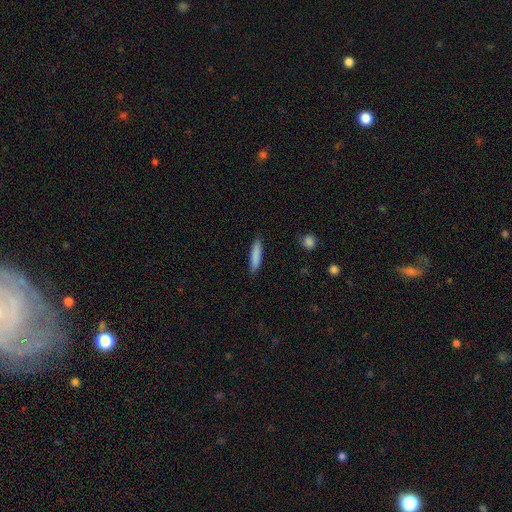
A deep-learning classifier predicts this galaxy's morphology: The model was most divided on "how rounded": cigar-shaped: 85%, in between: 14%, round: 1%. More confident: merging — none (87%); smooth or featured — smooth (85%).